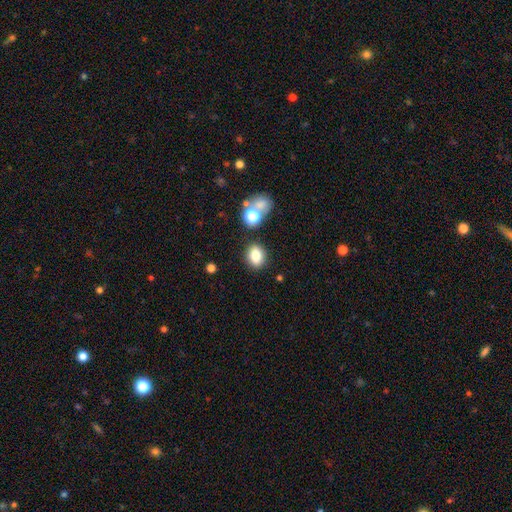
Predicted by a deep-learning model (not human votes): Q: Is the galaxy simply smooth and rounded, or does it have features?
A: smooth — 80%.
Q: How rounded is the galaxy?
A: in between — 56%.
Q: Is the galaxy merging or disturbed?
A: none — 80%.